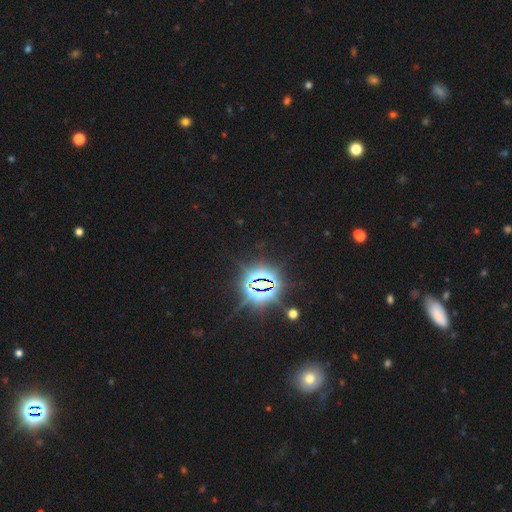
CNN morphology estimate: star or artifact 82%, smooth 11%, featured or disk 7%.